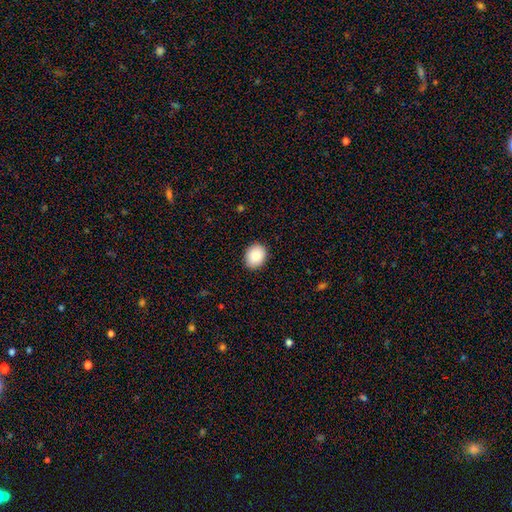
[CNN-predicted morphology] Smooth or featured? smooth (89%)
How rounded? in between (51%)
Merging? none (89%)